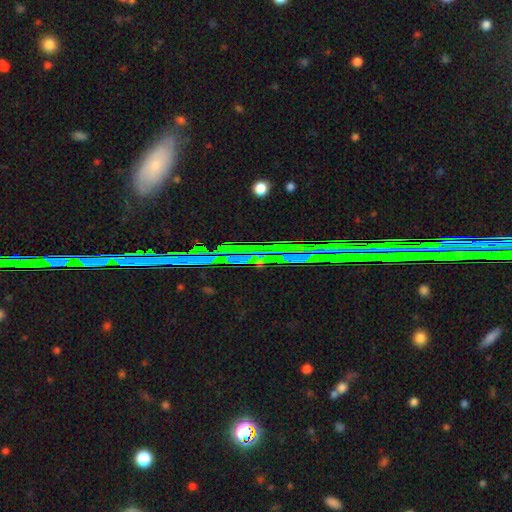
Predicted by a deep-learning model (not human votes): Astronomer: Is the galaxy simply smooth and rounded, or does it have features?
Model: star or artifact — 73%.